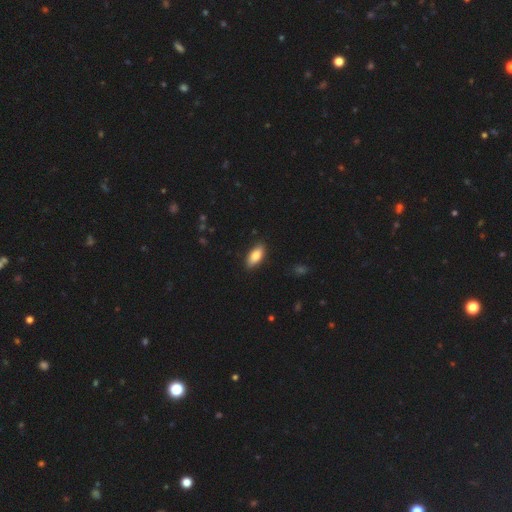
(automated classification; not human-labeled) Q: Smooth or featured?
A: smooth (83%); runner-up: featured or disk (11%)
Q: How rounded?
A: in between (86%); runner-up: cigar-shaped (12%)
Q: Merging?
A: none (88%); runner-up: minor disturbance (10%)